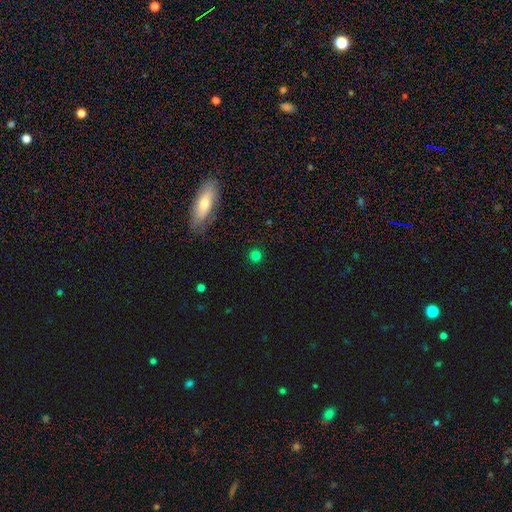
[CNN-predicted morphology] The model was most divided on "smooth or featured": smooth: 78%, star or artifact: 16%, featured or disk: 6%. More confident: how rounded — round (92%); merging — none (90%).